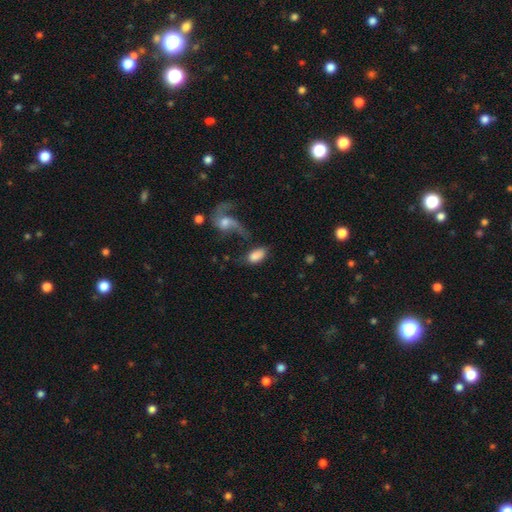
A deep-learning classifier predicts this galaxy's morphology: smooth_or_featured: smooth (p=0.75) [alt: featured or disk p=0.17]
how_rounded: in between (p=0.91) [alt: round p=0.07]
merging: none (p=0.36) [alt: merger p=0.28]